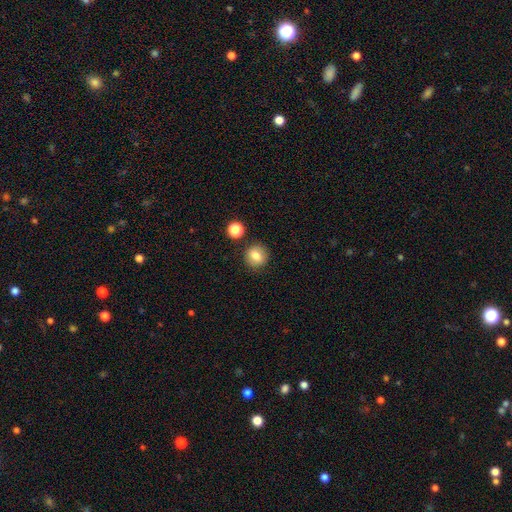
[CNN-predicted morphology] Smooth or featured: smooth — 78% (featured or disk — 12%)
How rounded: round — 85% (in between — 14%)
Merging: none — 85% (minor disturbance — 8%)